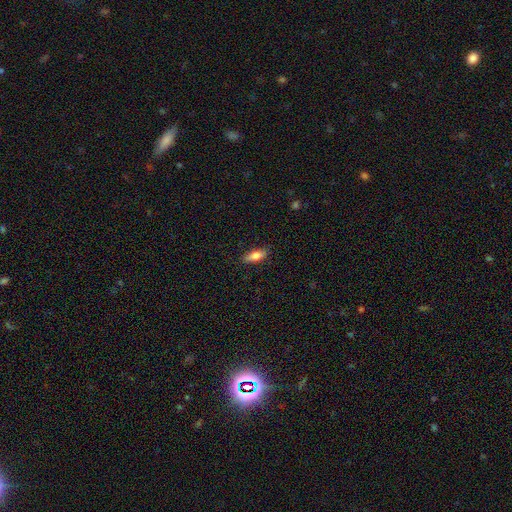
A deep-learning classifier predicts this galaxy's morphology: Overall: smooth (76%). How rounded: in between (64%; cigar-shaped 34%). Merging: none (85%).